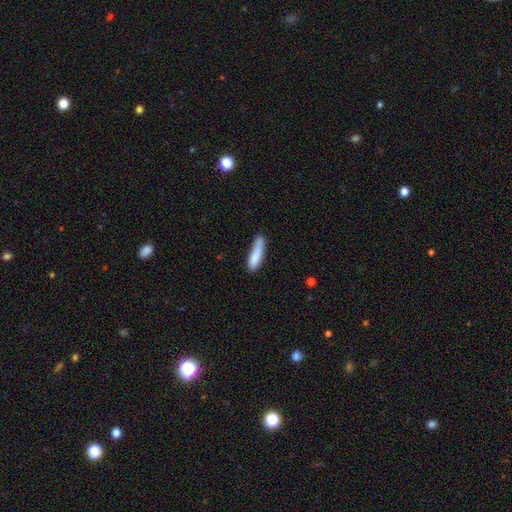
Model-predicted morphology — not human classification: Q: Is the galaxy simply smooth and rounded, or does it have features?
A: smooth — 83%.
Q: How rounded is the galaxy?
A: cigar-shaped — 75%.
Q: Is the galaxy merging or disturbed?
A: none — 62%.